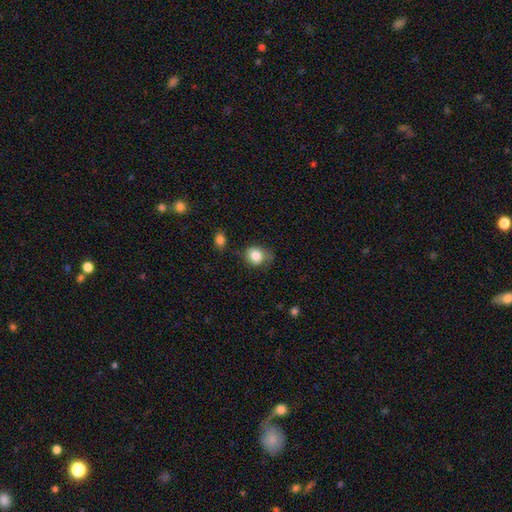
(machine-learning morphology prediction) smooth-or-featured: smooth: 84% | star or artifact: 9% | featured or disk: 7%
  how-rounded: round: 72% | in between: 28% | cigar-shaped: 1%
  merging: none: 57% | minor disturbance: 30% | major disturbance: 10% | merger: 4%